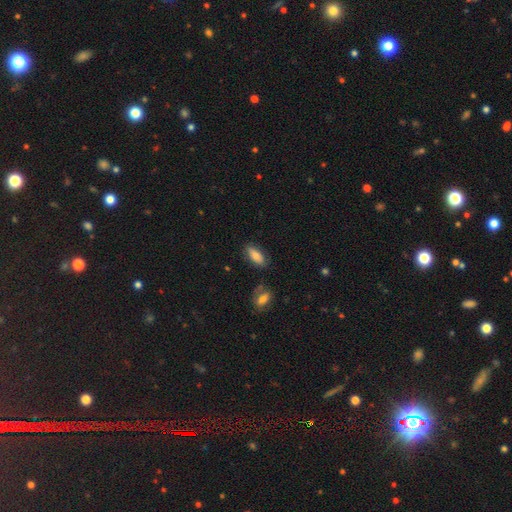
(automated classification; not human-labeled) Q: Smooth or featured?
A: smooth (79%); runner-up: featured or disk (14%)
Q: How rounded?
A: in between (80%); runner-up: cigar-shaped (17%)
Q: Merging?
A: none (78%); runner-up: minor disturbance (15%)